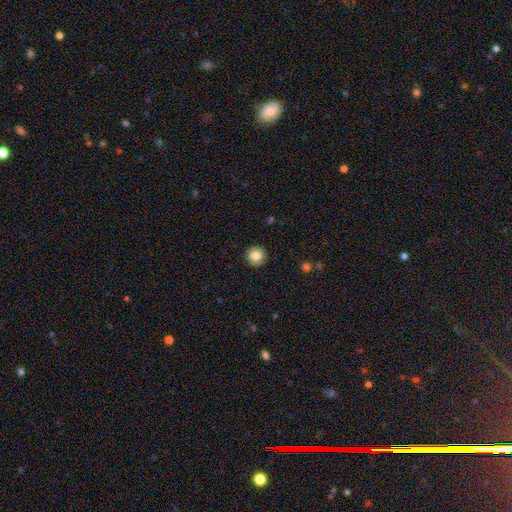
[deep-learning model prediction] Overall: smooth (83%). How rounded: round (93%). Merging: none (92%).